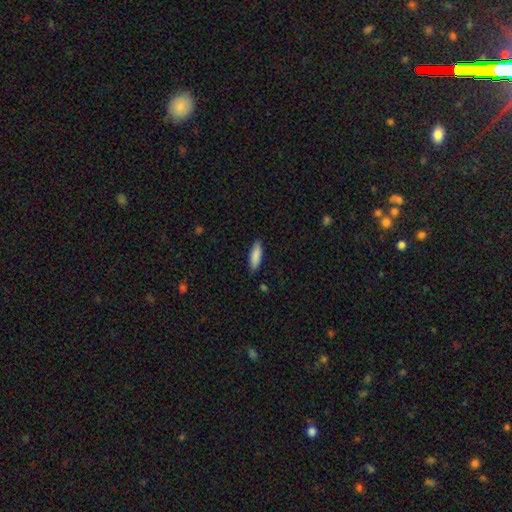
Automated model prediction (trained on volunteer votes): A smooth galaxy with no disk features (88%) that is in between round and cigar-shaped (55%). Merging: none (86%).